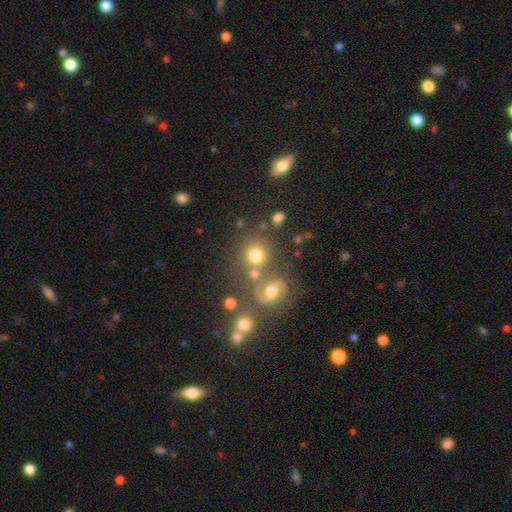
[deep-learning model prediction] Morphology: type=smooth (66%); roundness=round (81%); merging=none (56%).